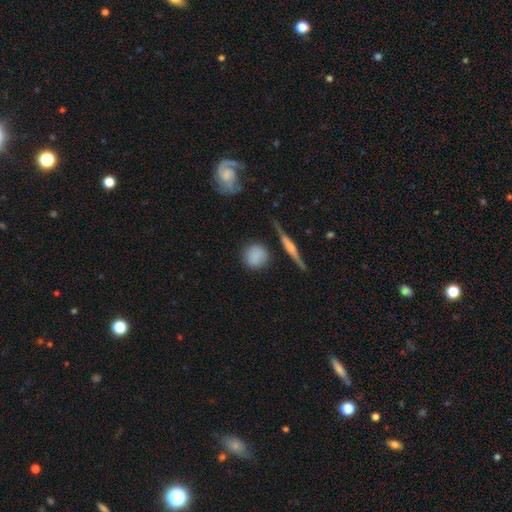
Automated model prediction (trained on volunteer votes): Overall: smooth (83%). How rounded: round (88%). Merging: none (81%).